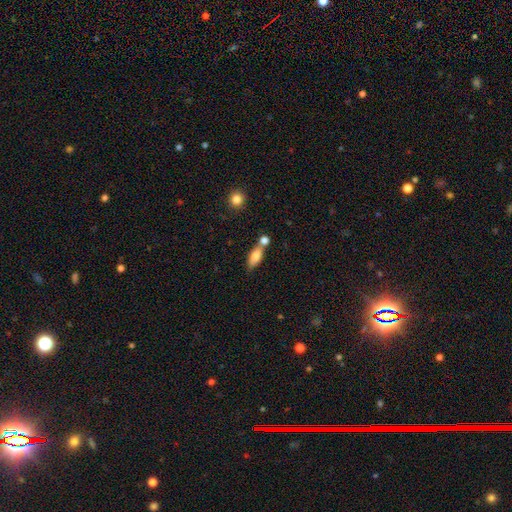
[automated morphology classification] Q: Smooth or featured?
A: smooth (75%); runner-up: featured or disk (18%)
Q: How rounded?
A: in between (73%); runner-up: cigar-shaped (22%)
Q: Merging?
A: none (50%); runner-up: merger (31%)